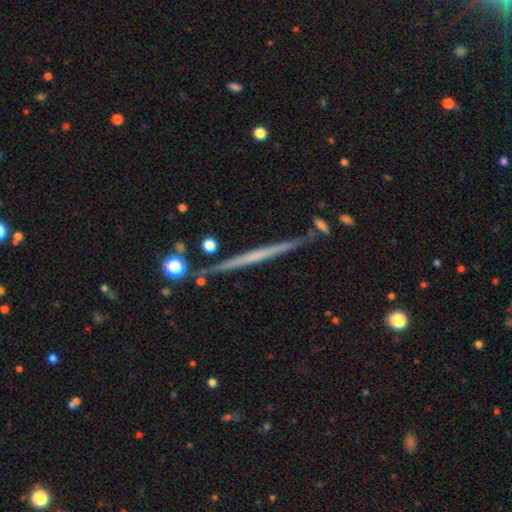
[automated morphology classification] Smooth or featured? Predicted: featured or disk (p=0.64). Edge-on disk? Predicted: yes (p=0.98). Edge-on bulge? Predicted: none (p=0.86). Merging? Predicted: none (p=0.86).